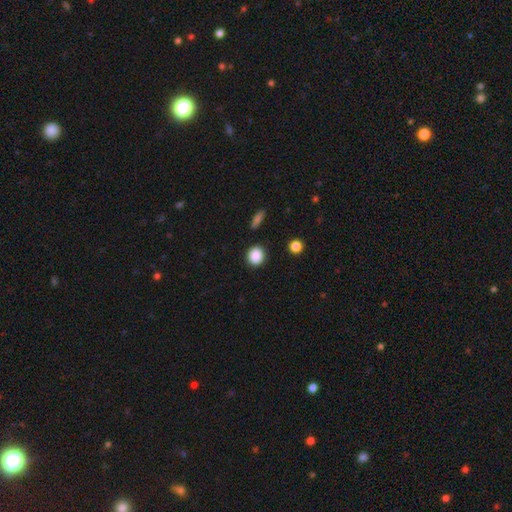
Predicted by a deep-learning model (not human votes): Smooth or featured?
  - smooth: 88% *
  - star or artifact: 9%
  - featured or disk: 3%
How rounded?
  - round: 78% *
  - in between: 20%
  - cigar-shaped: 1%
Merging?
  - none: 88% *
  - minor disturbance: 8%
  - major disturbance: 2%
  - merger: 2%